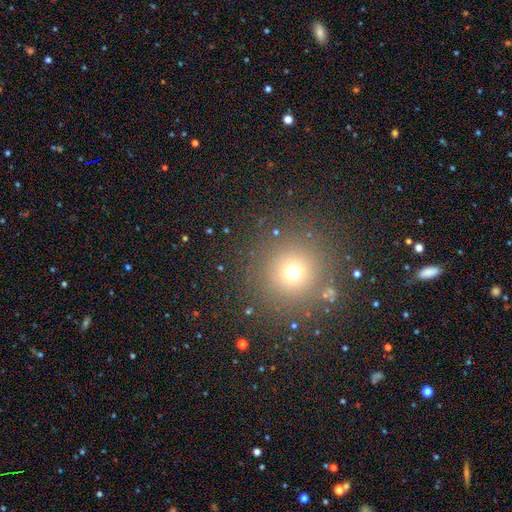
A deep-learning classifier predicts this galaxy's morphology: Overall: smooth (60%; star or artifact 33%). How rounded: round (94%). Merging: none (87%).